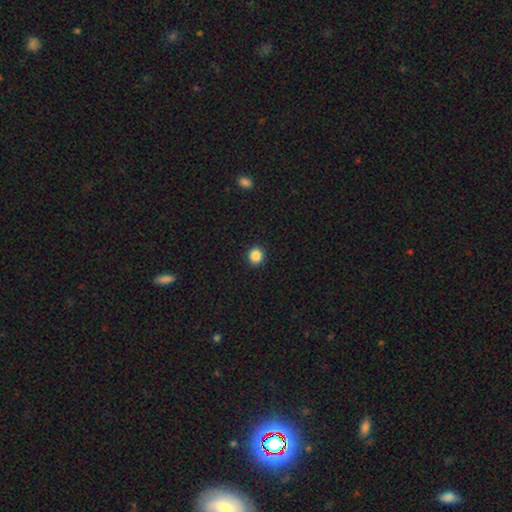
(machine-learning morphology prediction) smooth_or_featured: smooth (p=0.87) [alt: star or artifact p=0.10]
how_rounded: round (p=0.89) [alt: in between p=0.11]
merging: none (p=0.92) [alt: minor disturbance p=0.05]